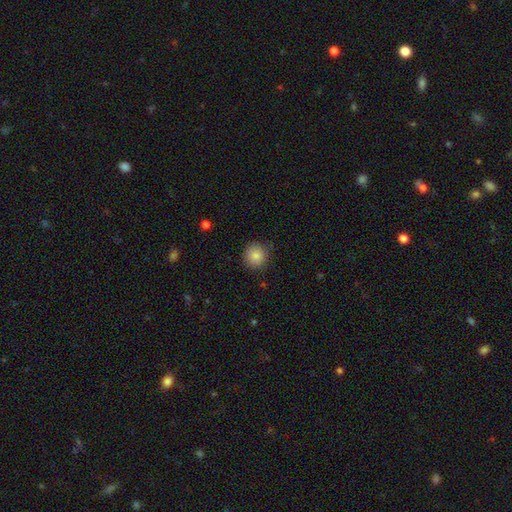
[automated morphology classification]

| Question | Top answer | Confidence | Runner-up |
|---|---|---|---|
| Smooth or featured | smooth | 85% | star or artifact (10%) |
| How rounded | round | 92% | in between (7%) |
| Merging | none | 86% | minor disturbance (11%) |